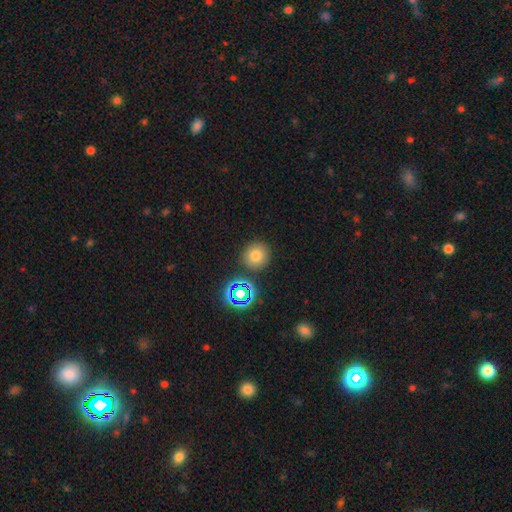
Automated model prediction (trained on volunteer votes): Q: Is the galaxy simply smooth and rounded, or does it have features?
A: smooth — 73%.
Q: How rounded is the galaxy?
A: round — 92%.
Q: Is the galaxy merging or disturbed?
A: none — 84%.